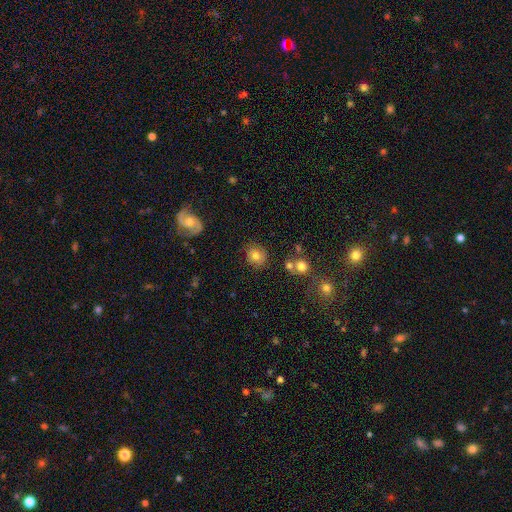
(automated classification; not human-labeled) This appears to be a smooth galaxy with no disk features (77%) that is round (82%). Merging: none (80%).